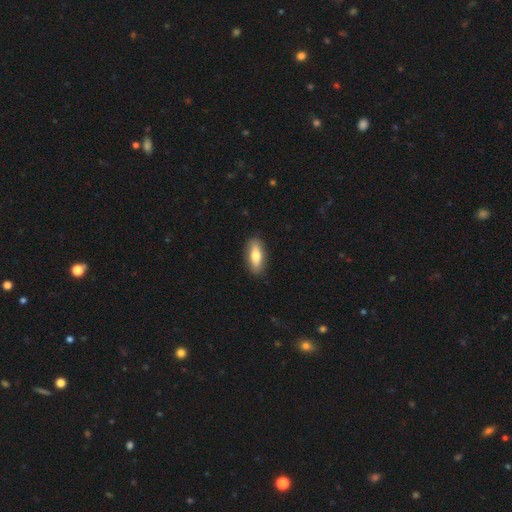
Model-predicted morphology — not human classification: smooth-or-featured: smooth: 68% | featured or disk: 26% | star or artifact: 6%
  how-rounded: in between: 70% | cigar-shaped: 27% | round: 3%
  merging: none: 88% | minor disturbance: 9% | major disturbance: 2% | merger: 1%